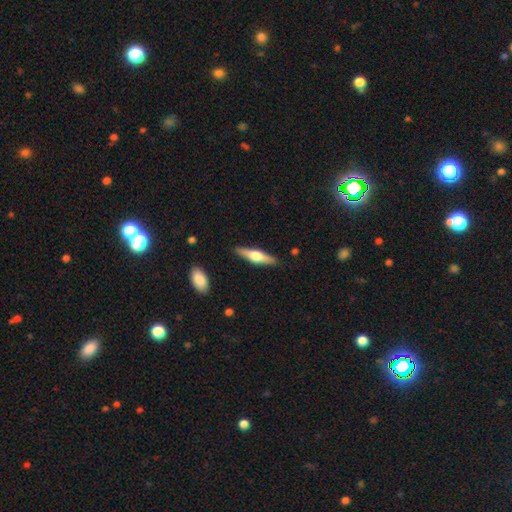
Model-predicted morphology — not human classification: Overall: featured or disk (53%; smooth 41%). Edge-on disk: yes (94%). Edge-on bulge: rounded (93%). Merging: none (88%).